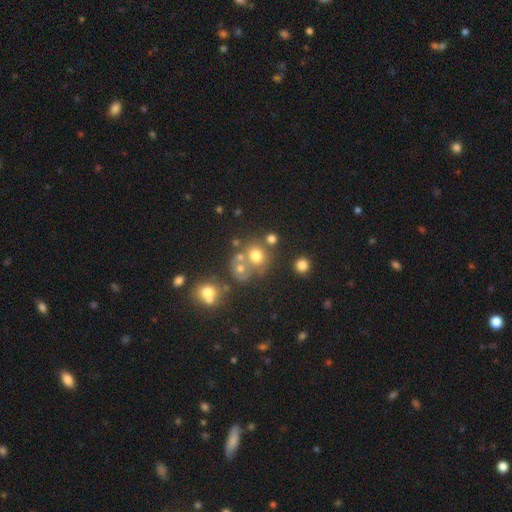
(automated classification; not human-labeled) This is likely a smooth galaxy (68%). How rounded: likely round (78%). Merging: possibly none (53%).